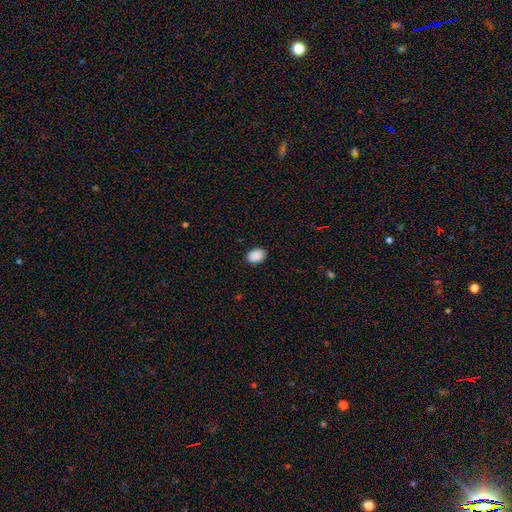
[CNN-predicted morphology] A smooth galaxy with no disk features (90%) that is in between round and cigar-shaped (79%).

Vote fractions:
- Smooth or featured? smooth: 90% / star or artifact: 7% / featured or disk: 2%
- How rounded? in between: 79% / round: 20% / cigar-shaped: 1%
- Merging? none: 89% / minor disturbance: 8% / major disturbance: 2% / merger: 1%